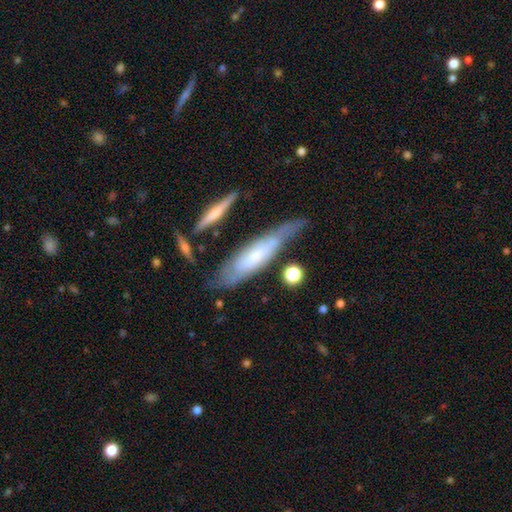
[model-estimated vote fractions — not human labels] This appears to be a featured or disk galaxy (55%). Merging: none (56%).